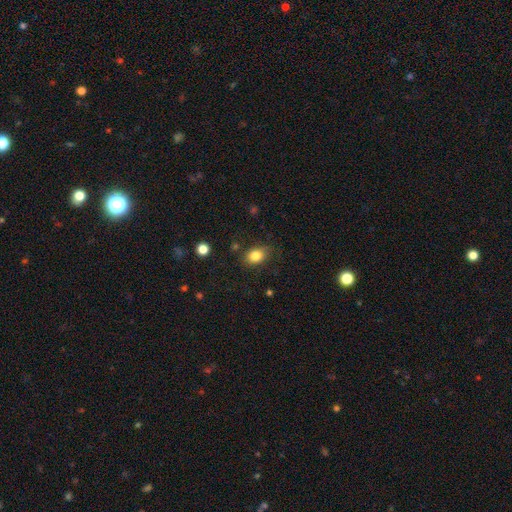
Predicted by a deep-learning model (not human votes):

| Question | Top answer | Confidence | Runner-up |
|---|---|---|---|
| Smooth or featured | smooth | 82% | star or artifact (10%) |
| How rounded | in between | 69% | round (30%) |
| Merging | none | 80% | minor disturbance (14%) |